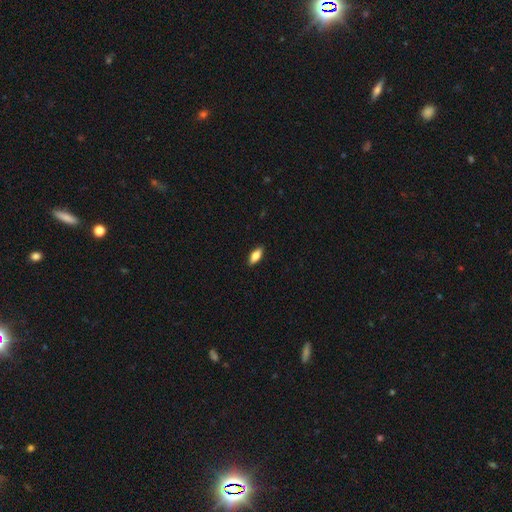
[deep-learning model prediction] smooth_or_featured: smooth (p=0.77) [alt: featured or disk p=0.16]
how_rounded: in between (p=0.82) [alt: cigar-shaped p=0.15]
merging: none (p=0.90) [alt: minor disturbance p=0.08]